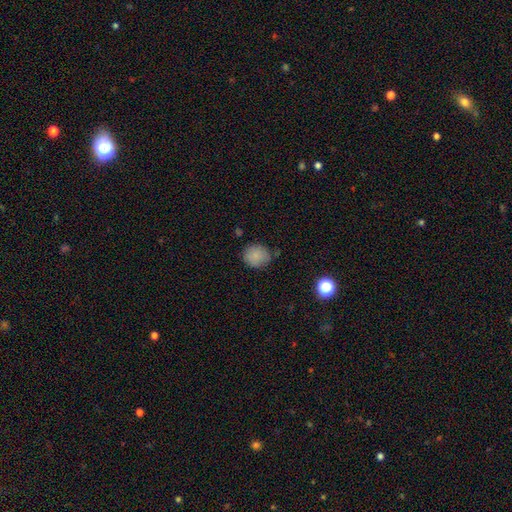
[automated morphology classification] The model was most divided on "merging": none: 72%, minor disturbance: 21%, major disturbance: 4%, merger: 3%. More confident: smooth or featured — smooth (84%); how rounded — round (78%).